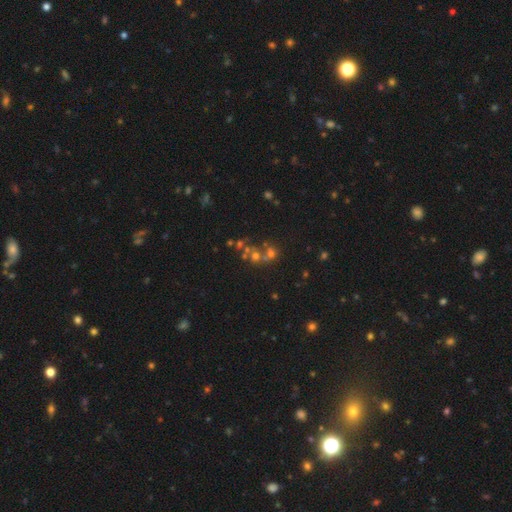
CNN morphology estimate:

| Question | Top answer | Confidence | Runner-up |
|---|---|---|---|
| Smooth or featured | smooth | 39% | star or artifact (36%) |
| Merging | merger | 45% | none (40%) |